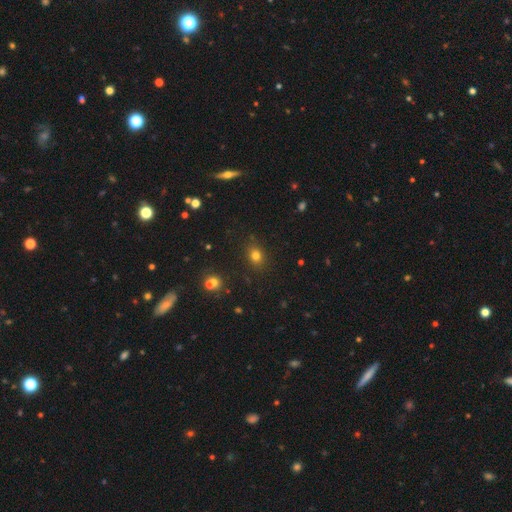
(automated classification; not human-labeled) Smooth or featured? Predicted: smooth (p=0.76). How rounded? Predicted: round (p=0.54). Merging? Predicted: none (p=0.85).